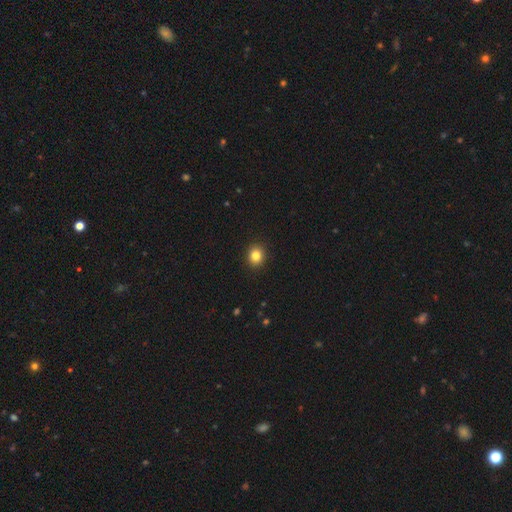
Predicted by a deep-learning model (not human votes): A smooth galaxy with no disk features (83%) that is round (76%).

Vote fractions:
- Smooth or featured? smooth: 83% / star or artifact: 11% / featured or disk: 6%
- How rounded? round: 76% / in between: 24% / cigar-shaped: 1%
- Merging? none: 92% / minor disturbance: 5% / major disturbance: 2% / merger: 1%